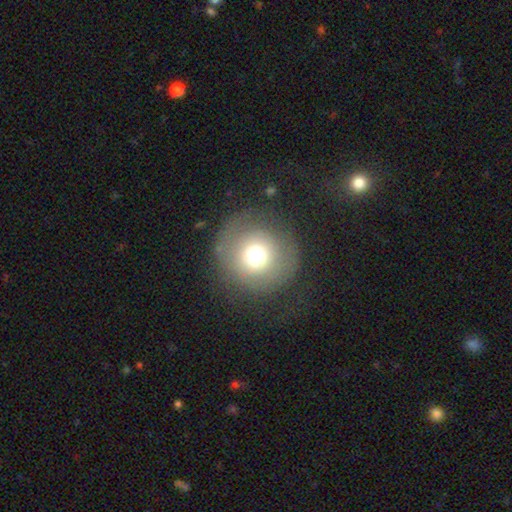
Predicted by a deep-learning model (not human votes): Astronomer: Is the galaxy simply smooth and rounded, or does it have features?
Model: smooth — 64%.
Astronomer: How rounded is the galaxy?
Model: round — 94%.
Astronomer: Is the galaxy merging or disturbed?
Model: none — 73%.